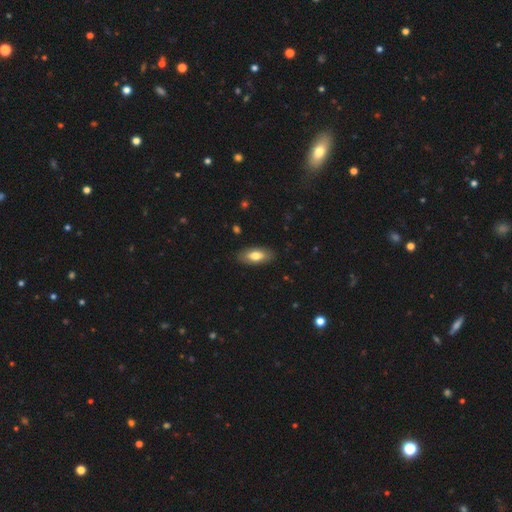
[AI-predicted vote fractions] Smooth or featured?
  - smooth: 72% *
  - featured or disk: 22%
  - star or artifact: 6%
How rounded?
  - in between: 88% *
  - cigar-shaped: 10%
  - round: 3%
Merging?
  - none: 87% *
  - minor disturbance: 10%
  - major disturbance: 2%
  - merger: 1%